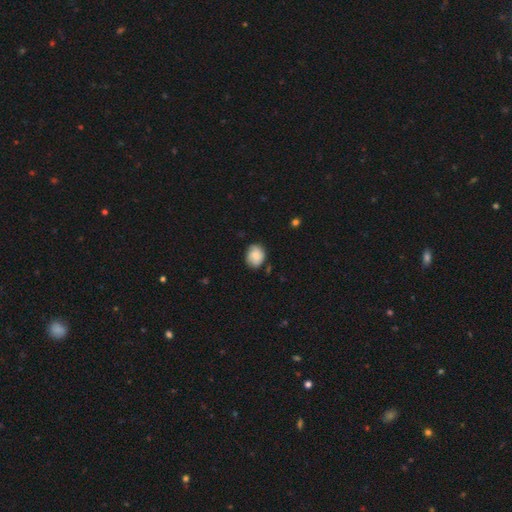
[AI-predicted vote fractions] A smooth galaxy with no disk features (77%) that is round (57%). Merging: none (70%).